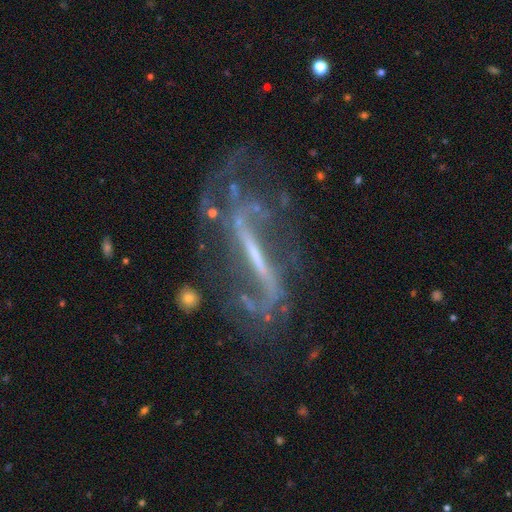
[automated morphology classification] Smooth or featured? Predicted: featured or disk (p=0.85). Edge-on disk? Predicted: no (p=0.76). Bar? Predicted: strong (p=0.71). Spiral arms? Predicted: yes (p=0.81). Spiral winding? Predicted: loose (p=0.72). Spiral arm count? Predicted: 2 (p=0.80). Bulge size? Predicted: small (p=0.42). Merging? Predicted: none (p=0.44).